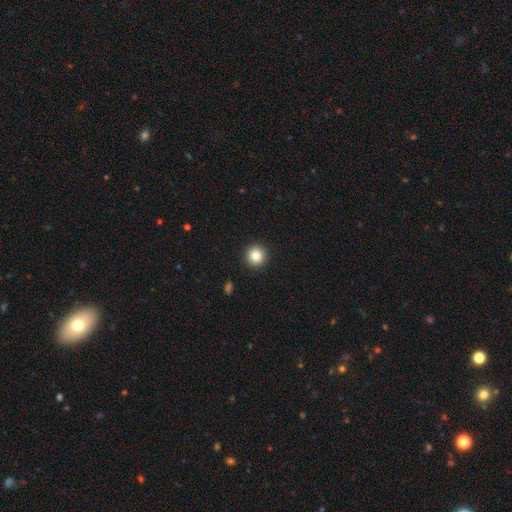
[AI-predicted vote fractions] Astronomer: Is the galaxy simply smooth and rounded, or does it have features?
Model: smooth — 85%.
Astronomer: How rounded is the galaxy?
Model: round — 95%.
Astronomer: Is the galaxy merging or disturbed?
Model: none — 93%.